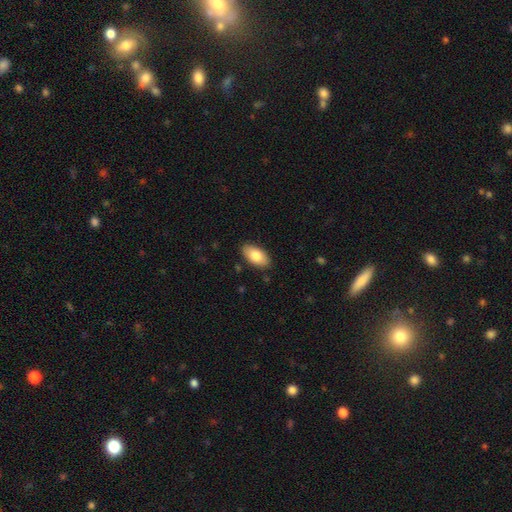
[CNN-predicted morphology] This is clearly a smooth galaxy (81%). How rounded: clearly in between (94%). Merging: clearly none (87%).